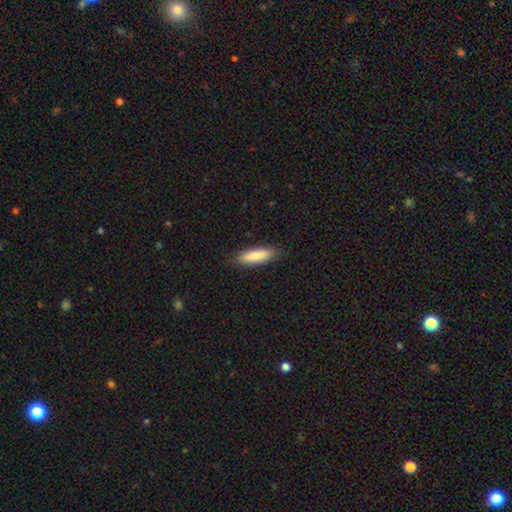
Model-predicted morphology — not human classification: smooth 87%, featured or disk 7%, star or artifact 6%. Down the decision tree: how rounded — cigar-shaped (56%); merging — none (88%).